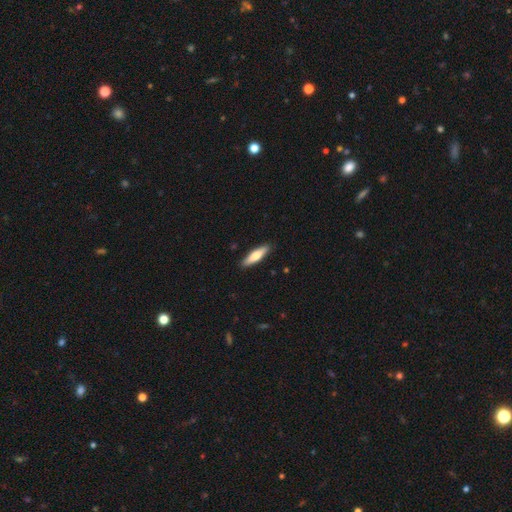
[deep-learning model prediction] A smooth galaxy with no disk features (64%) that is cigar-shaped (71%).

Vote fractions:
- Smooth or featured? smooth: 64% / featured or disk: 31% / star or artifact: 5%
- How rounded? cigar-shaped: 71% / in between: 28% / round: 2%
- Merging? none: 90% / minor disturbance: 7% / major disturbance: 1% / merger: 1%